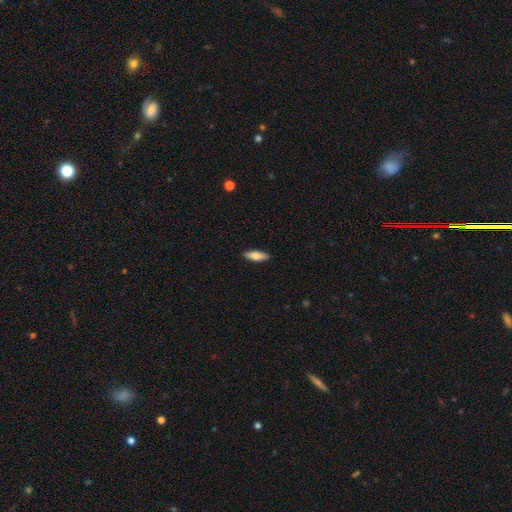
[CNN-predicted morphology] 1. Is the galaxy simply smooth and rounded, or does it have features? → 72% smooth, 23% featured or disk, 6% star or artifact.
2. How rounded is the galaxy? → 57% in between, 41% cigar-shaped, 2% round.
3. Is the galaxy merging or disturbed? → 90% none, 8% minor disturbance, 2% major disturbance, 1% merger.